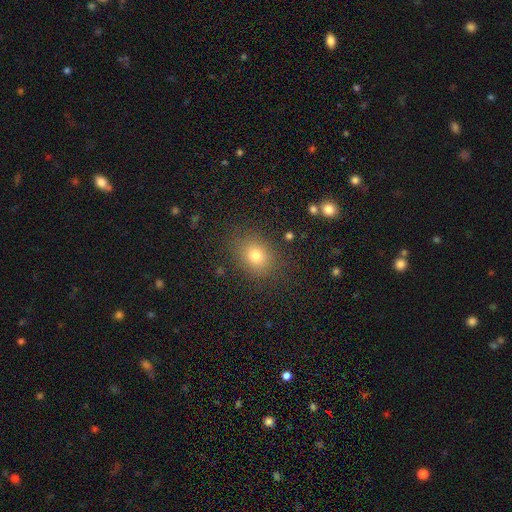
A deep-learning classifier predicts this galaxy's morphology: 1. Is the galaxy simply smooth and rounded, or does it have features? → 77% smooth, 14% star or artifact, 9% featured or disk.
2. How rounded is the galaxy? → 51% round, 48% in between, 1% cigar-shaped.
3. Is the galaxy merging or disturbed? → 84% none, 10% minor disturbance, 4% major disturbance, 1% merger.